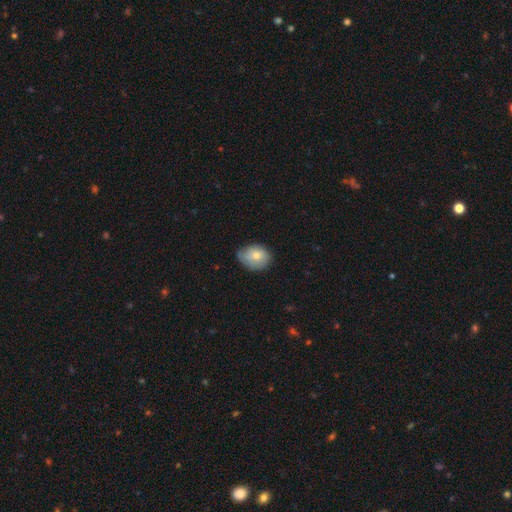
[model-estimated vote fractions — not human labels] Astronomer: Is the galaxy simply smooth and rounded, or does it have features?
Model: smooth — 69%.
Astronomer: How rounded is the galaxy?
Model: in between — 60% (runner-up: round, 39%).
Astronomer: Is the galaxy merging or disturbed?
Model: none — 60%.